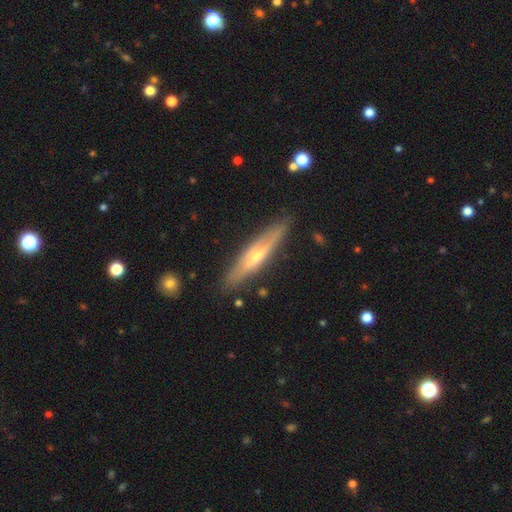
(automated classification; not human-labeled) Q: Smooth or featured?
A: featured or disk (66%); runner-up: smooth (28%)
Q: Edge-on disk?
A: yes (92%); runner-up: no (8%)
Q: Edge-on bulge?
A: rounded (78%); runner-up: none (17%)
Q: Merging?
A: none (87%); runner-up: minor disturbance (9%)